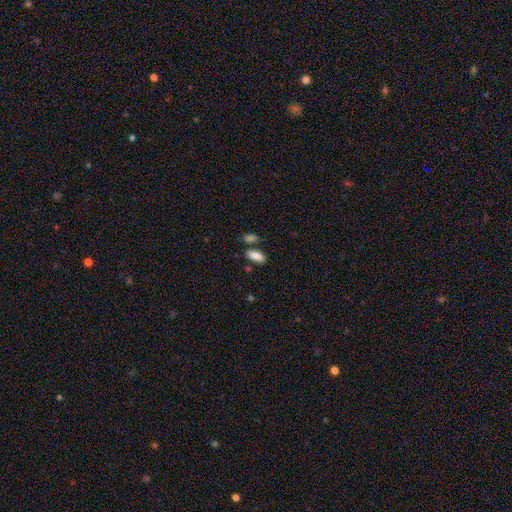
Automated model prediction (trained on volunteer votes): Smooth or featured: smooth — 86% (star or artifact — 7%)
How rounded: in between — 84% (cigar-shaped — 13%)
Merging: none — 69% (merger — 15%)